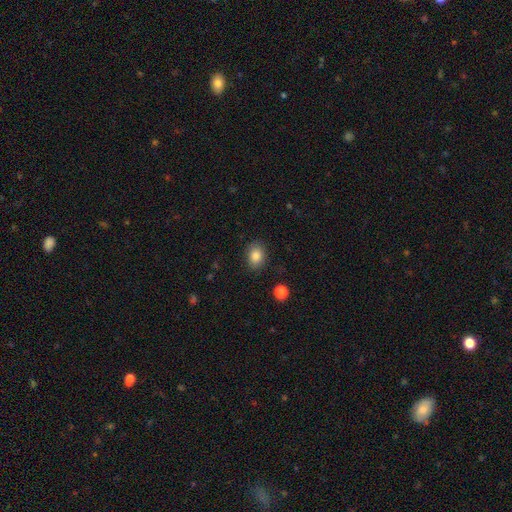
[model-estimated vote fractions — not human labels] smooth_or_featured: smooth (p=0.85) [alt: star or artifact p=0.09]
how_rounded: in between (p=0.70) [alt: round p=0.29]
merging: none (p=0.85) [alt: minor disturbance p=0.11]